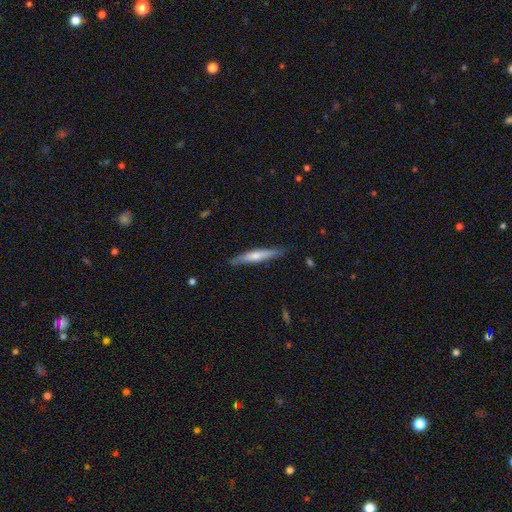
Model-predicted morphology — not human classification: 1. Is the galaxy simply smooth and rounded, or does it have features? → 56% featured or disk, 38% smooth, 6% star or artifact.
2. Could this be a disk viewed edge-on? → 94% yes, 6% no.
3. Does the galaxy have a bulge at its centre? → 69% rounded, 24% none, 7% boxy.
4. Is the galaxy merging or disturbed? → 86% none, 11% minor disturbance, 2% major disturbance, 1% merger.